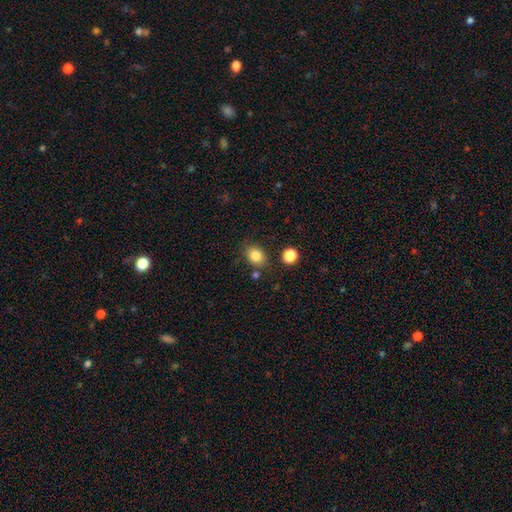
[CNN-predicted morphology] Smooth or featured? Predicted: smooth (p=0.84). How rounded? Predicted: in between (p=0.51). Merging? Predicted: none (p=0.79).